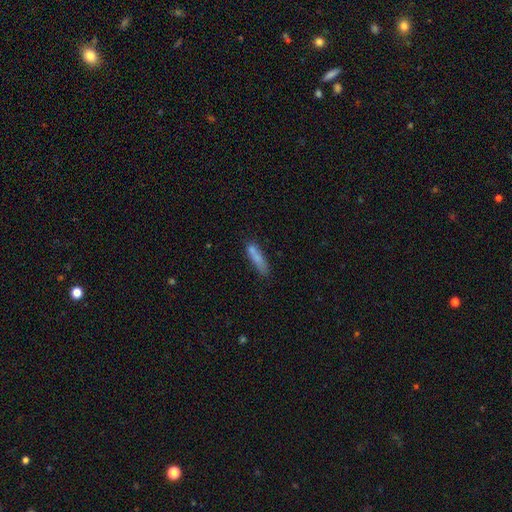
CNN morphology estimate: The model was most divided on "merging": none: 61%, minor disturbance: 19%, merger: 13%, major disturbance: 6%. More confident: how rounded — cigar-shaped (80%); smooth or featured — smooth (75%).